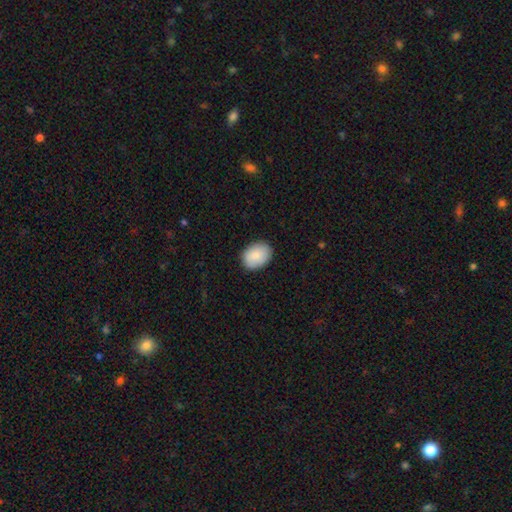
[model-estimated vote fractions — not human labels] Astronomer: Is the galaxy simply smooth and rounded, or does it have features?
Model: smooth — 88%.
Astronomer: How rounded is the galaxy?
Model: in between — 75%.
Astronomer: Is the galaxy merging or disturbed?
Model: none — 87%.